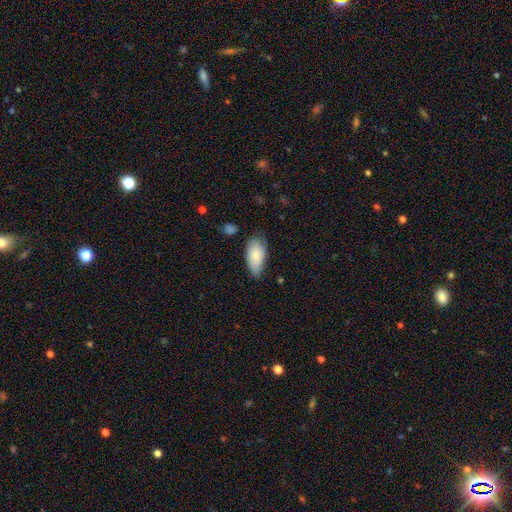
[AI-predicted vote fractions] The model was most divided on "merging": none: 58%, minor disturbance: 33%, major disturbance: 7%, merger: 2%. More confident: how rounded — in between (92%); smooth or featured — smooth (75%).